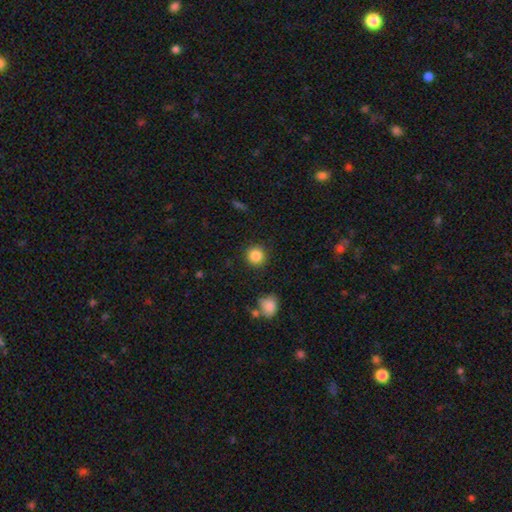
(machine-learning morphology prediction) smooth-or-featured: smooth: 86% | star or artifact: 10% | featured or disk: 4%
  how-rounded: round: 93% | in between: 6% | cigar-shaped: 1%
  merging: none: 89% | minor disturbance: 6% | major disturbance: 2% | merger: 2%